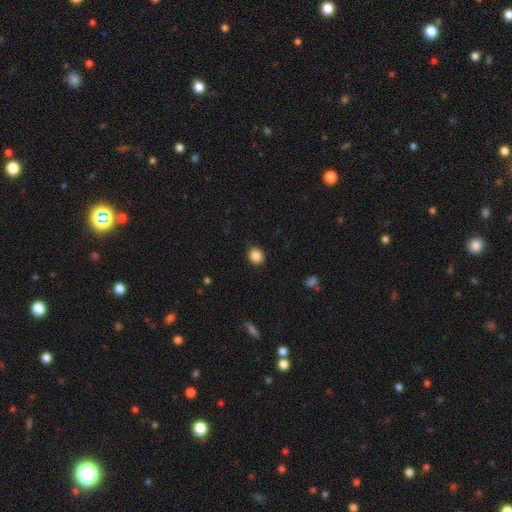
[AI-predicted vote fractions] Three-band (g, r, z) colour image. It shows a smooth galaxy with no disk features (86%) that is round (76%). Merging: none (89%).